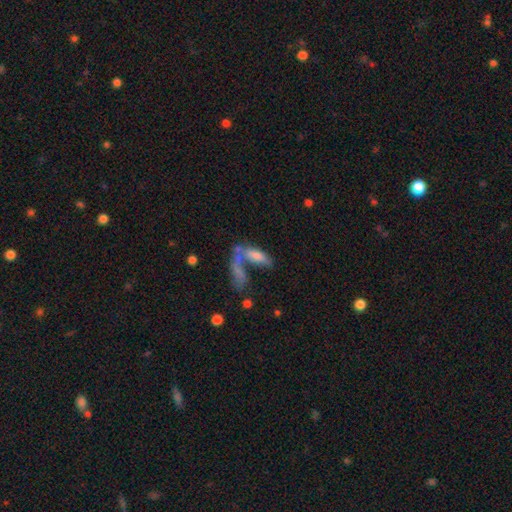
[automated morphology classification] Overall: smooth (69%). How rounded: in between (59%; cigar-shaped 38%). Merging: merger (49%; none 26%).